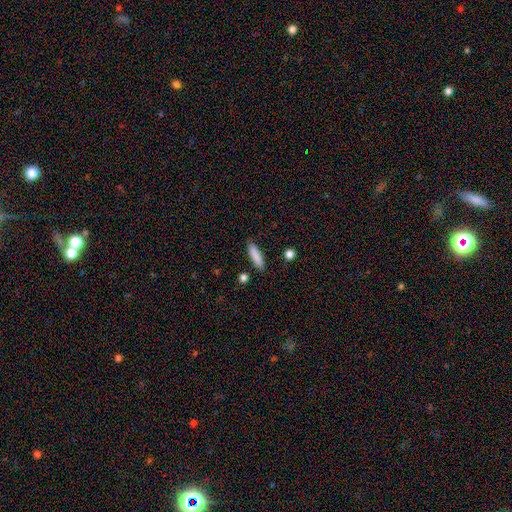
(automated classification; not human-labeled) smooth_or_featured: smooth (p=0.86) [alt: featured or disk p=0.07]
how_rounded: cigar-shaped (p=0.67) [alt: in between p=0.31]
merging: none (p=0.86) [alt: minor disturbance p=0.10]